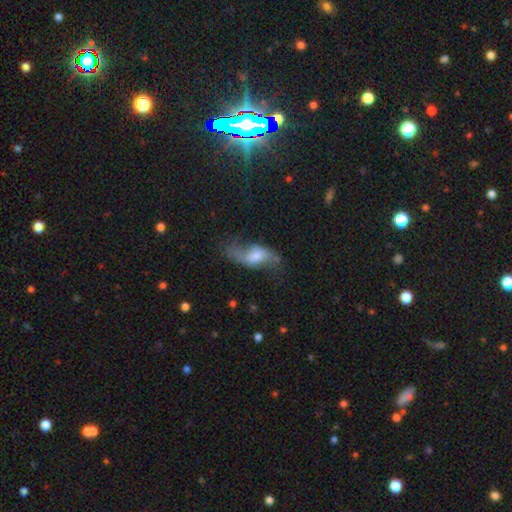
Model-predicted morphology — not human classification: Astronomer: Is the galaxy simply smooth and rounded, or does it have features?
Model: featured or disk — 62%.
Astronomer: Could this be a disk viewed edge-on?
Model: no — 84%.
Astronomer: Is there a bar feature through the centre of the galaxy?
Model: no — 42%, tied with weak at 42%.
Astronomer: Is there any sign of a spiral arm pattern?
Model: yes — 83%.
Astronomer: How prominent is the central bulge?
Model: moderate — 46% (runner-up: small, 27%).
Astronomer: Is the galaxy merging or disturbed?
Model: none — 54%.